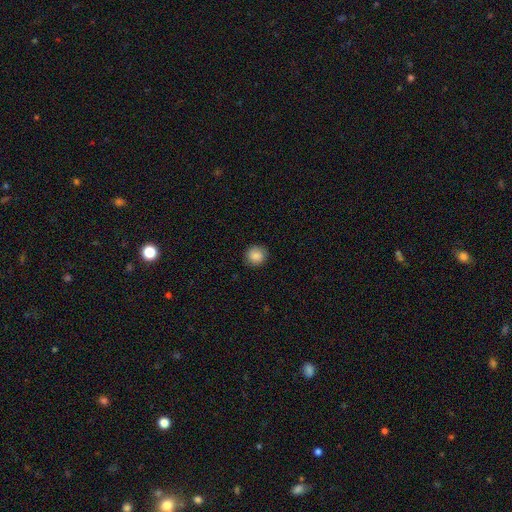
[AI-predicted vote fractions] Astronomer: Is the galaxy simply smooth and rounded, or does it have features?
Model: smooth — 87%.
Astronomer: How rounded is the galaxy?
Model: round — 88%.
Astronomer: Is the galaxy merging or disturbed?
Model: none — 88%.